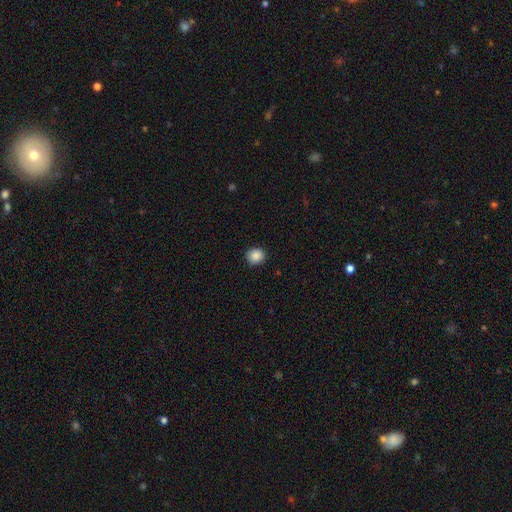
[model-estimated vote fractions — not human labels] smooth_or_featured: smooth (p=0.88) [alt: star or artifact p=0.09]
how_rounded: round (p=0.82) [alt: in between p=0.17]
merging: none (p=0.90) [alt: minor disturbance p=0.07]